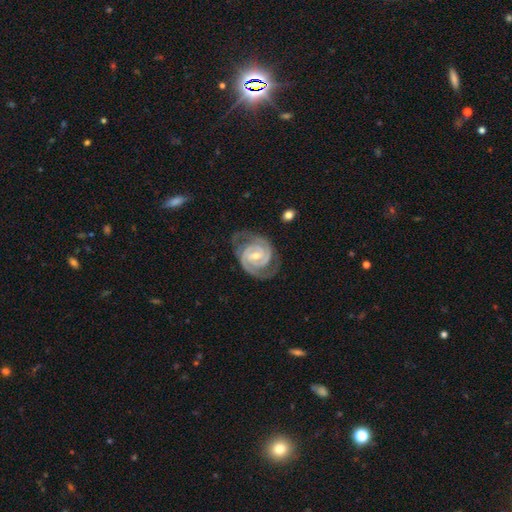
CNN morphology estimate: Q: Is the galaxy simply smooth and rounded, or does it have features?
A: featured or disk — 93%.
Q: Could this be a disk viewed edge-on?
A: no — 98%.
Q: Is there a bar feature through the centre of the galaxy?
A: weak — 49%.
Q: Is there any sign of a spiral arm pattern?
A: yes — 99%.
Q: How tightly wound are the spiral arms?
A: tight — 74%.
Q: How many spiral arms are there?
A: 2 — 84%.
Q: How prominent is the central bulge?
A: moderate — 50%.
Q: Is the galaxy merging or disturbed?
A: none — 74%.